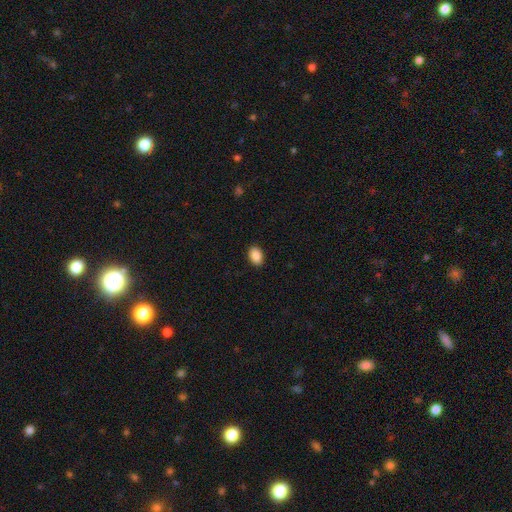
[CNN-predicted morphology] Smooth or featured? Predicted: smooth (p=0.90). How rounded? Predicted: in between (p=0.84). Merging? Predicted: none (p=0.91).